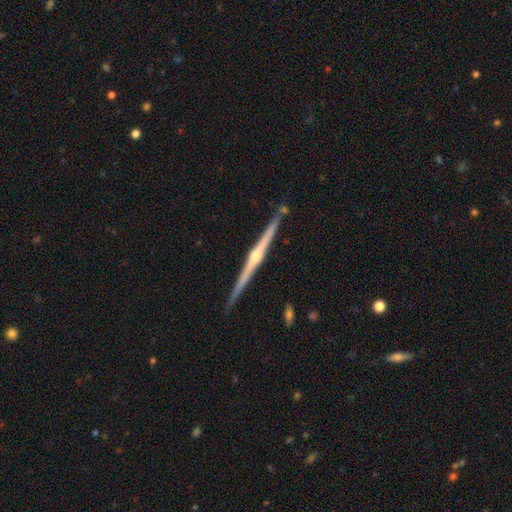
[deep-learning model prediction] This appears to be a featured or disk galaxy (87%) viewed edge-on (99%) with a rounded central bulge (78%). Merging: none (91%).